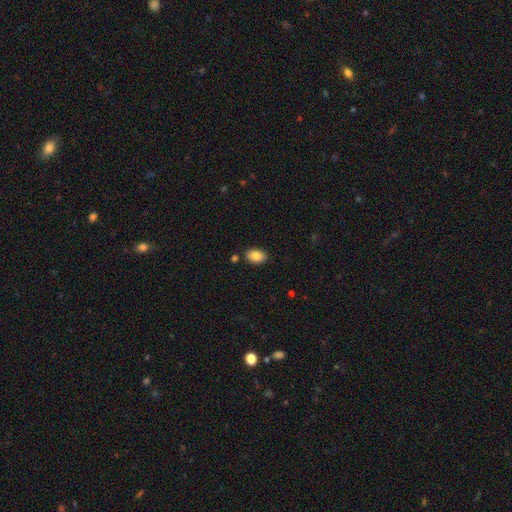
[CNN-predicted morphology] Smooth or featured? smooth (86%)
How rounded? in between (87%)
Merging? none (84%)